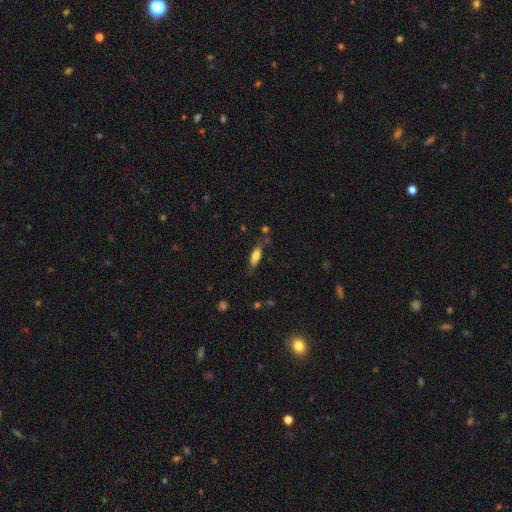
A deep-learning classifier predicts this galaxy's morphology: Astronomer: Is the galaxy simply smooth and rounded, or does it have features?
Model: smooth — 71%.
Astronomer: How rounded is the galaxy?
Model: in between — 57% (runner-up: cigar-shaped, 41%).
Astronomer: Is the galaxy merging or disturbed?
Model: none — 67%.